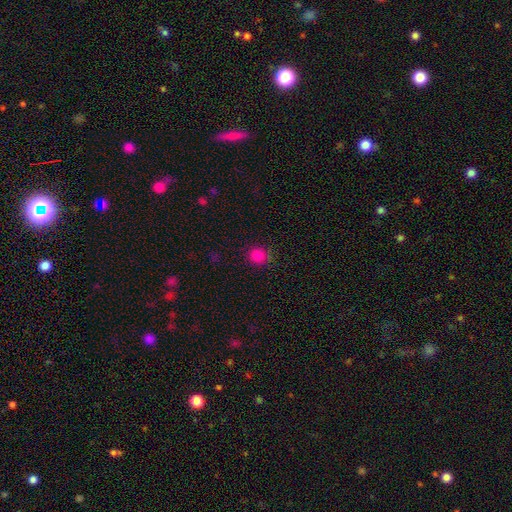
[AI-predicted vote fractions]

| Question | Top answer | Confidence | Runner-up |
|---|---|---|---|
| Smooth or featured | smooth | 81% | star or artifact (16%) |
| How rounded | round | 82% | in between (17%) |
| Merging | none | 84% | minor disturbance (11%) |